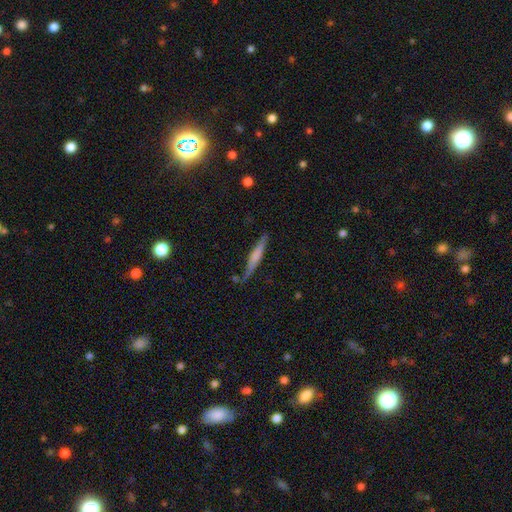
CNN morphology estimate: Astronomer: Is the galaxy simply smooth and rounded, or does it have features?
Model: smooth — 54% (runner-up: featured or disk, 40%).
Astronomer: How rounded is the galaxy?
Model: cigar-shaped — 93%.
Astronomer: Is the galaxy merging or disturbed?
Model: none — 75%.